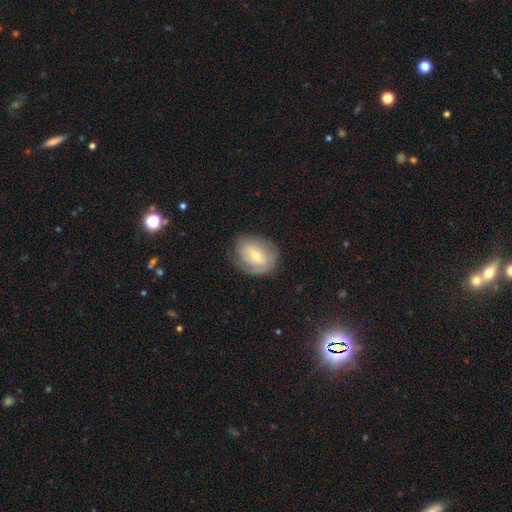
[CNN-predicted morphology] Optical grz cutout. It shows a featured or disk galaxy (51%). Merging: none (75%).